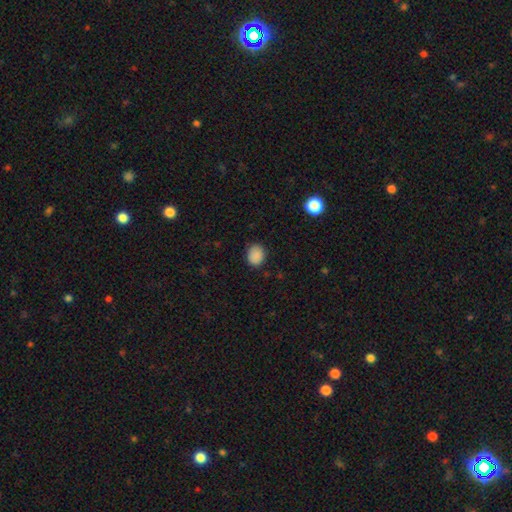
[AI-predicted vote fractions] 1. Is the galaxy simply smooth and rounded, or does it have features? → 88% smooth, 9% star or artifact, 3% featured or disk.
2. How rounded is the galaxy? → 59% round, 40% in between, 1% cigar-shaped.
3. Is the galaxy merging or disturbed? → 83% none, 13% minor disturbance, 3% major disturbance, 1% merger.